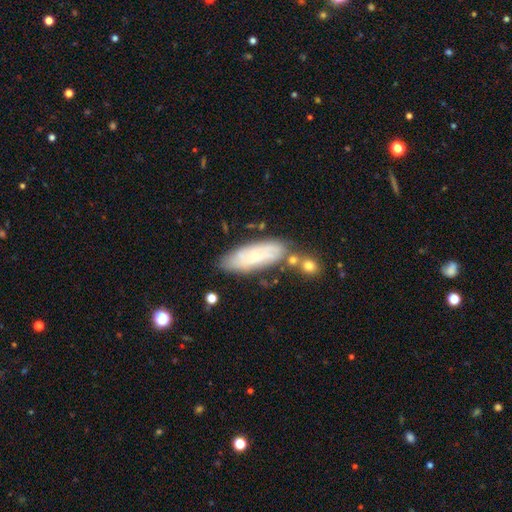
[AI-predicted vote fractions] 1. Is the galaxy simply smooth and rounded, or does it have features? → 51% smooth, 41% featured or disk, 8% star or artifact.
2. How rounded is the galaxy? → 63% in between, 35% cigar-shaped, 2% round.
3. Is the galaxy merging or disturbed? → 69% none, 18% minor disturbance, 8% merger, 4% major disturbance.